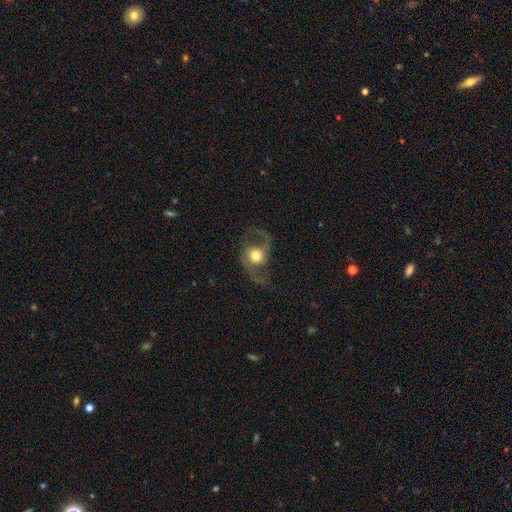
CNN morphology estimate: Smooth or featured?
  - featured or disk: 74% *
  - smooth: 19%
  - star or artifact: 7%
Edge-on disk?
  - no: 95% *
  - yes: 5%
Bar?
  - no: 67% *
  - weak: 24%
  - strong: 9%
Spiral arms?
  - yes: 87% *
  - no: 13%
Spiral winding?
  - loose: 55% *
  - medium: 38%
  - tight: 6%
Spiral arm count?
  - 2: 91% *
  - 1: 3%
  - can't tell: 3%
  - 3: 1%
  - 4: 1%
  - more than 4: 1%
Bulge size?
  - moderate: 56% *
  - large: 28%
  - small: 9%
  - dominant: 5%
  - none: 1%
Merging?
  - none: 66% *
  - major disturbance: 18%
  - minor disturbance: 15%
  - merger: 2%